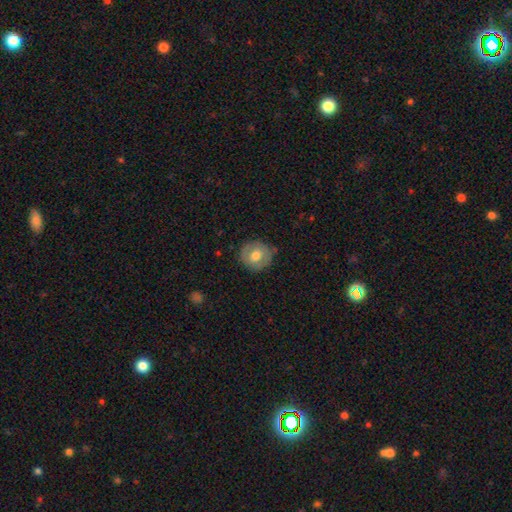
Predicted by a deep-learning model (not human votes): Smooth or featured? Predicted: smooth (p=0.60). How rounded? Predicted: round (p=0.88). Merging? Predicted: none (p=0.80).